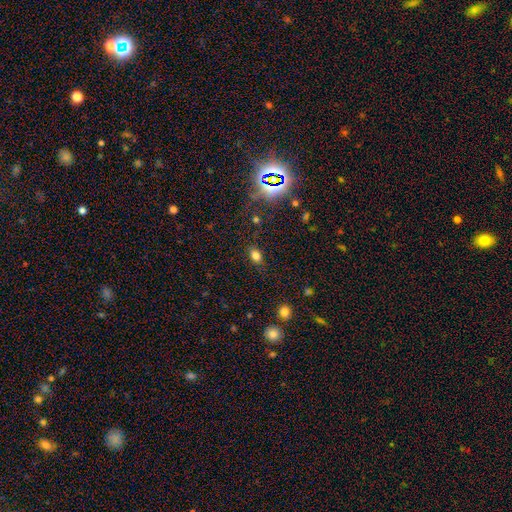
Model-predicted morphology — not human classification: type=smooth (75%); roundness=in between (79%); merging=none (83%).